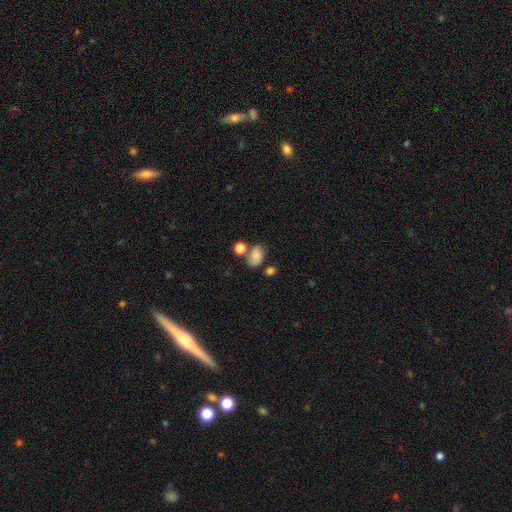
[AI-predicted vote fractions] A smooth galaxy with no disk features (79%) that is in between round and cigar-shaped (81%).

Vote fractions:
- Smooth or featured? smooth: 79% / star or artifact: 10% / featured or disk: 10%
- How rounded? in between: 81% / round: 17% / cigar-shaped: 1%
- Merging? none: 53% / merger: 22% / minor disturbance: 18% / major disturbance: 7%